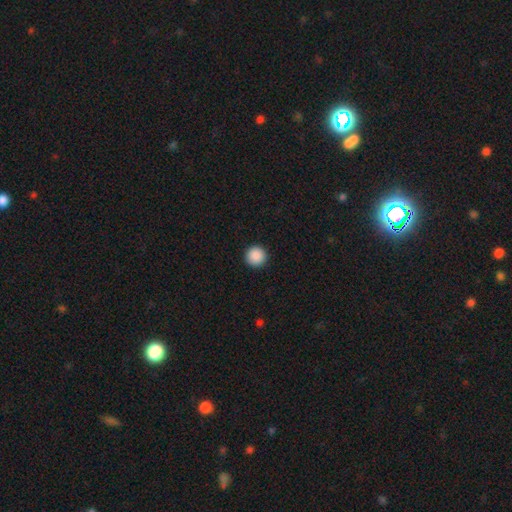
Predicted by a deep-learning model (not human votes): Smooth or featured?
  - smooth: 89% *
  - star or artifact: 9%
  - featured or disk: 2%
How rounded?
  - round: 96% *
  - in between: 3%
  - cigar-shaped: 1%
Merging?
  - none: 93% *
  - minor disturbance: 4%
  - major disturbance: 2%
  - merger: 1%